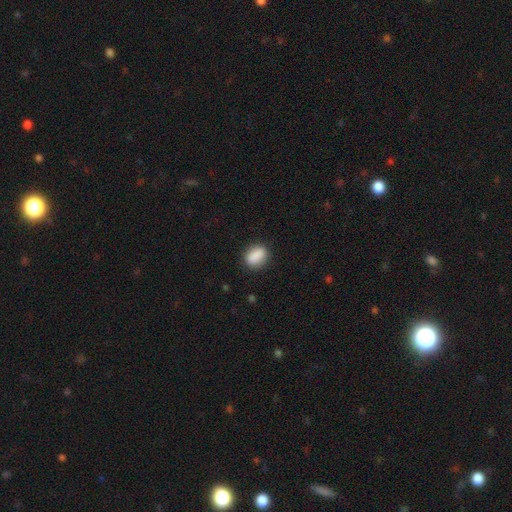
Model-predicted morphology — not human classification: The model was most divided on "how rounded": in between: 73%, round: 25%, cigar-shaped: 3%. More confident: smooth or featured — smooth (88%); merging — none (85%).